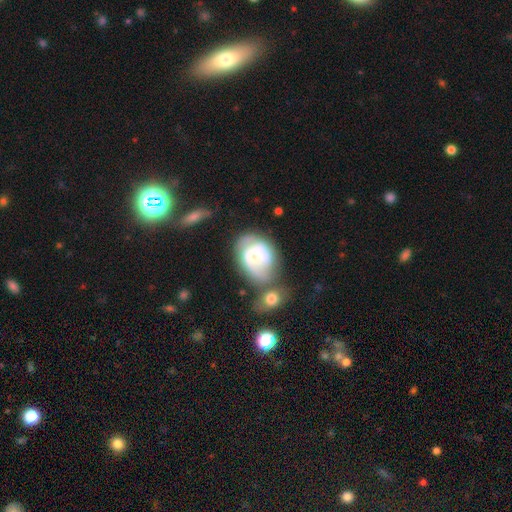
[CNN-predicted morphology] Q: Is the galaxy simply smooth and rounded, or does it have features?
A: featured or disk — 57%.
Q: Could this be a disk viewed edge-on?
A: no — 97%.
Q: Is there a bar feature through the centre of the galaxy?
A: no — 70%.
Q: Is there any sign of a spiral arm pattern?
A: yes — 72%.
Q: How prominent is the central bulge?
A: small — 52%.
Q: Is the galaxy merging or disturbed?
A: none — 33%.